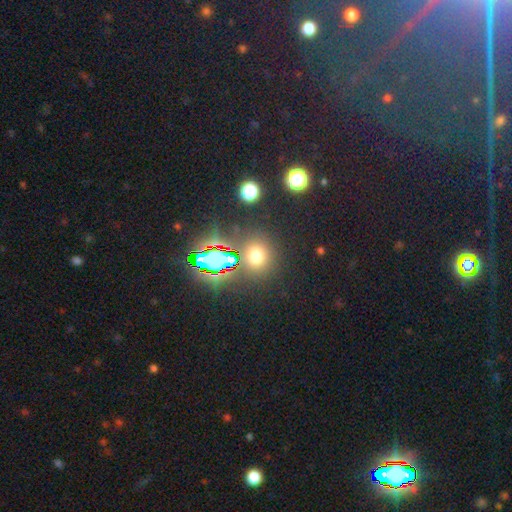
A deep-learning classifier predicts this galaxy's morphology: Smooth or featured: smooth — 59% (star or artifact — 33%)
How rounded: round — 81% (in between — 17%)
Merging: none — 81% (minor disturbance — 9%)